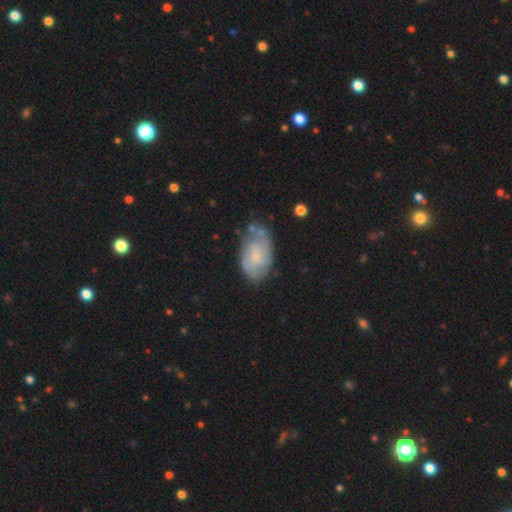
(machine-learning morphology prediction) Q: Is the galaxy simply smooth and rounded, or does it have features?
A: featured or disk — 54%.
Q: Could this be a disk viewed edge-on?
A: no — 96%.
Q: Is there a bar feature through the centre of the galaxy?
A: no — 58%.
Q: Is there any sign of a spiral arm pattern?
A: yes — 79%.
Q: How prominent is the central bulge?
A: small — 54%.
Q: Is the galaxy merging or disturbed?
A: none — 60%.